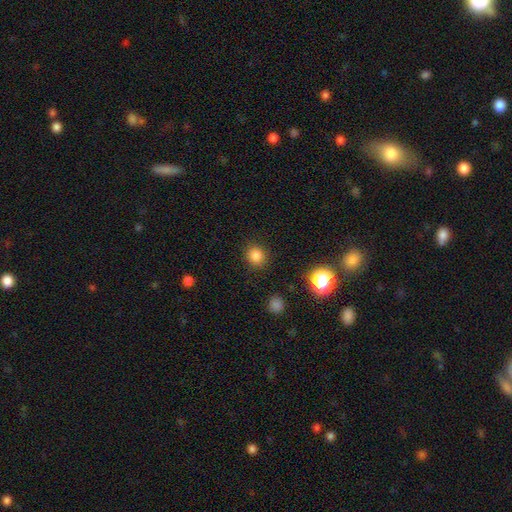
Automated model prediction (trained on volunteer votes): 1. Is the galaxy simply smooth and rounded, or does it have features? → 83% smooth, 13% star or artifact, 4% featured or disk.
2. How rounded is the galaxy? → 85% round, 14% in between, 1% cigar-shaped.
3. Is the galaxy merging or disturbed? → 88% none, 7% minor disturbance, 3% major disturbance, 2% merger.